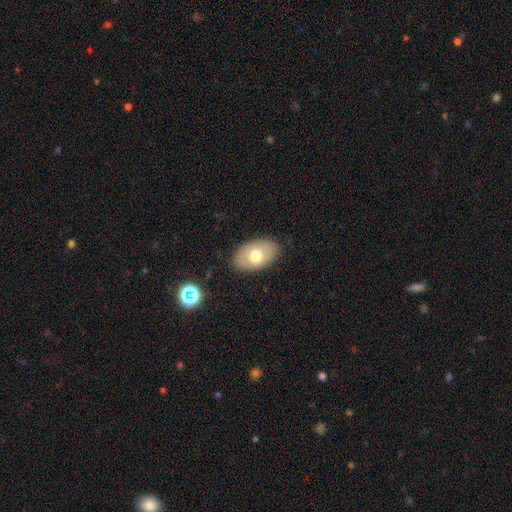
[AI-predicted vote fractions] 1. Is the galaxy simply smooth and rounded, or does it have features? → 66% smooth, 26% featured or disk, 7% star or artifact.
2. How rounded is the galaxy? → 91% in between, 8% round, 1% cigar-shaped.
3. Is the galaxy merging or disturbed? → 84% none, 12% minor disturbance, 3% major disturbance, 1% merger.